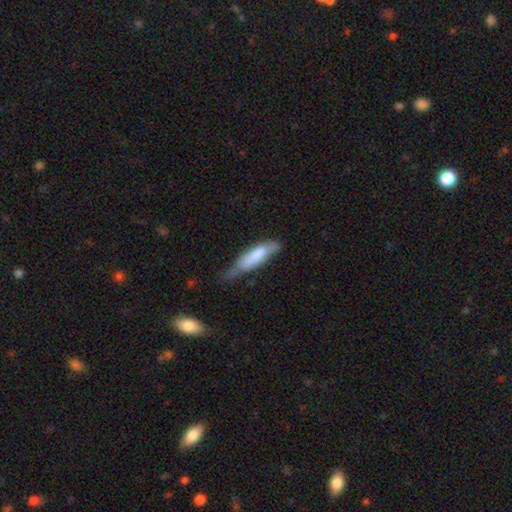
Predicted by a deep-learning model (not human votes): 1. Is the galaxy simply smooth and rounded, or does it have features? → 73% smooth, 22% featured or disk, 6% star or artifact.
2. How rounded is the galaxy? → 63% cigar-shaped, 36% in between, 1% round.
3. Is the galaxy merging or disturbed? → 43% minor disturbance, 37% none, 16% major disturbance, 4% merger.